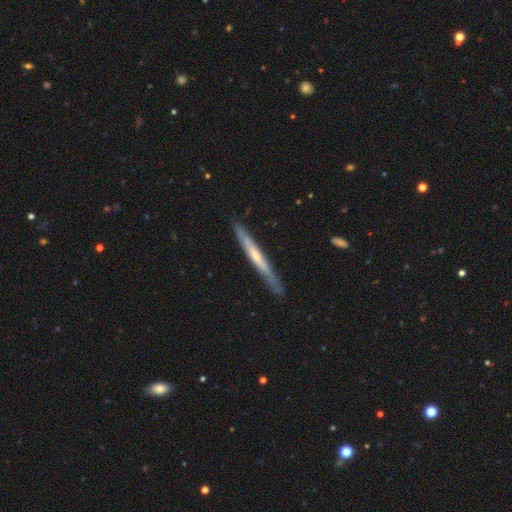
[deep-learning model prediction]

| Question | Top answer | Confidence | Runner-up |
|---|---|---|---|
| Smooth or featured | featured or disk | 56% | smooth (39%) |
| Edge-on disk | yes | 94% | no (6%) |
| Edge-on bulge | none | 66% | rounded (25%) |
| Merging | none | 85% | minor disturbance (12%) |